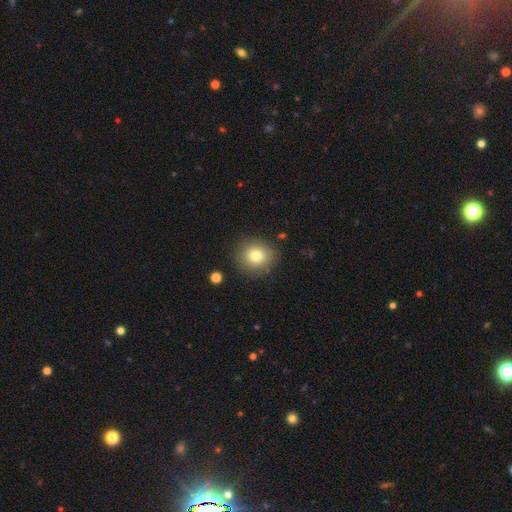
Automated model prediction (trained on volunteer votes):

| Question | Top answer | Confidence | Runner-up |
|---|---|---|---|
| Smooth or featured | smooth | 78% | star or artifact (11%) |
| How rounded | round | 86% | in between (13%) |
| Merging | none | 87% | minor disturbance (8%) |